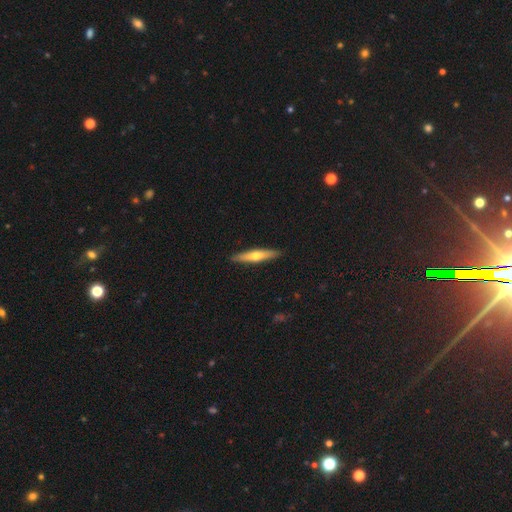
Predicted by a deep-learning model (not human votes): smooth_or_featured: smooth (p=0.50) [alt: featured or disk p=0.45]
merging: none (p=0.91) [alt: minor disturbance p=0.07]